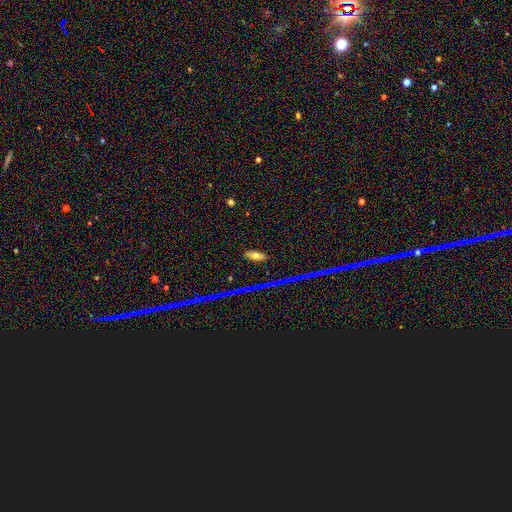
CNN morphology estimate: This appears to be a smooth galaxy with no disk features (65%) that is in between round and cigar-shaped (88%). Merging: none (85%).